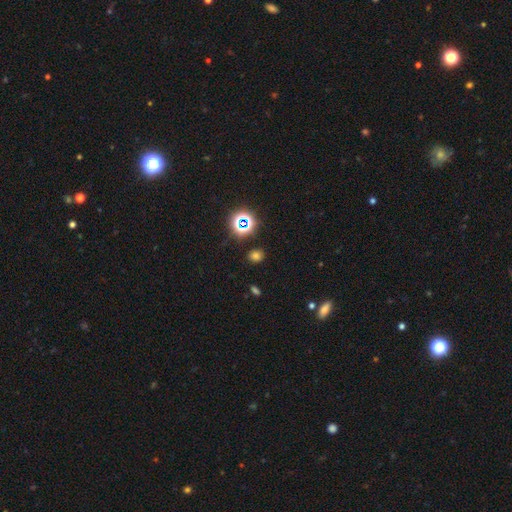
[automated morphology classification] A smooth galaxy with no disk features (67%) that is round (56%). Merging: none (86%).